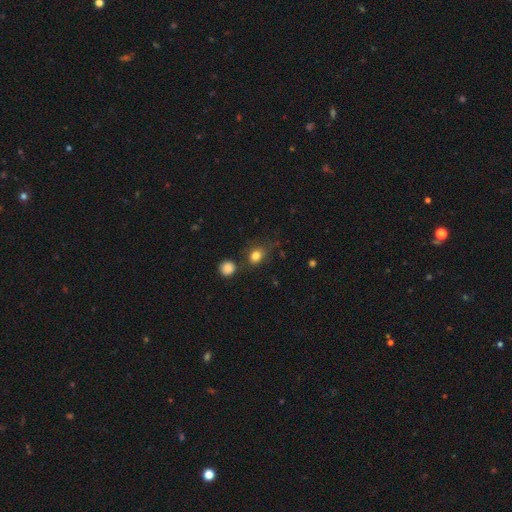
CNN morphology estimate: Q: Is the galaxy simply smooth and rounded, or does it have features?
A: smooth — 81%.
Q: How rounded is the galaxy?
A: round — 51%.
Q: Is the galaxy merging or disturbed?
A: none — 71%.